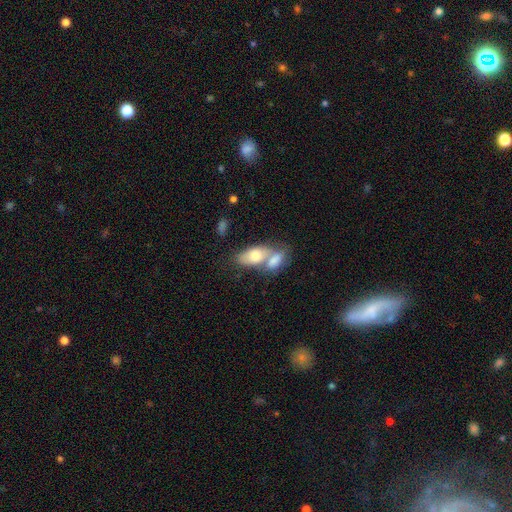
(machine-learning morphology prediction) Q: Smooth or featured?
A: smooth (71%); runner-up: featured or disk (22%)
Q: How rounded?
A: in between (87%); runner-up: cigar-shaped (7%)
Q: Merging?
A: merger (66%); runner-up: none (22%)